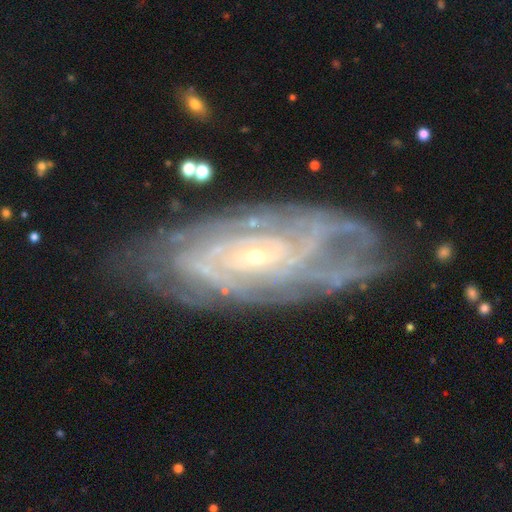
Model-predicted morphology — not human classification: Smooth or featured: featured or disk — 87% (smooth — 7%)
Edge-on disk: no — 92% (yes — 8%)
Bar: no — 67% (weak — 24%)
Spiral arms: yes — 94% (no — 6%)
Spiral winding: tight — 72% (medium — 22%)
Spiral arm count: can't tell — 40% (4 — 15%)
Bulge size: small — 85% (moderate — 10%)
Merging: none — 73% (minor disturbance — 18%)